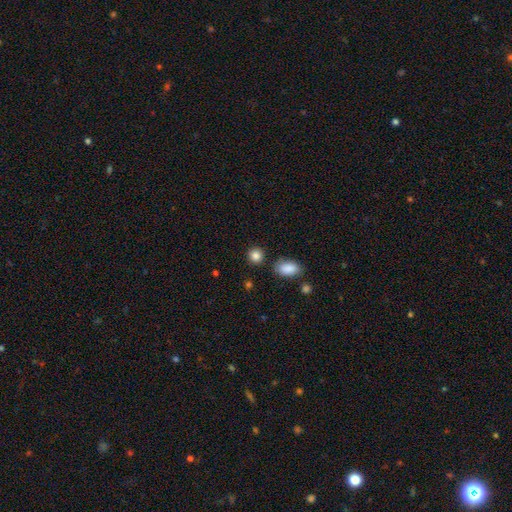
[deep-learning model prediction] Smooth or featured? Predicted: smooth (p=0.86). How rounded? Predicted: round (p=0.83). Merging? Predicted: none (p=0.83).